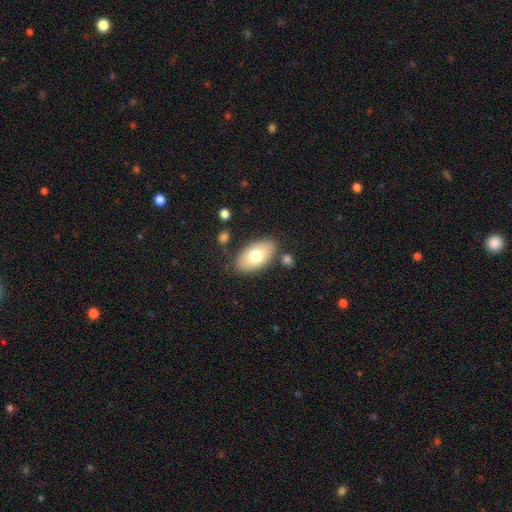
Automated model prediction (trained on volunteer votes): This appears to be a smooth galaxy with no disk features (73%) that is in between round and cigar-shaped (94%). Merging: none (81%).